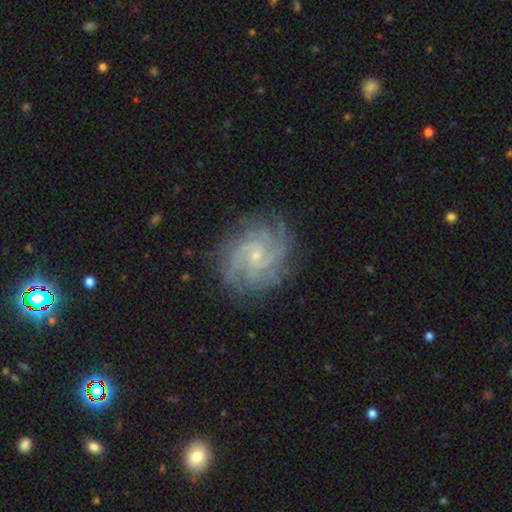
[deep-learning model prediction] Smooth or featured? featured or disk (90%)
Edge-on disk? no (98%)
Bar? no (62%)
Spiral arms? yes (98%)
Spiral winding? tight (62%)
Spiral arm count? 3 (25%)
Bulge size? small (81%)
Merging? none (79%)